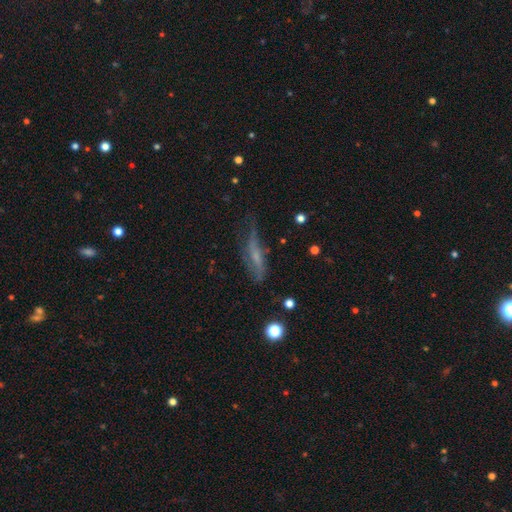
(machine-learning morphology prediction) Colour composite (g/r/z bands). It shows a featured or disk galaxy (51%). Merging: none (48%).